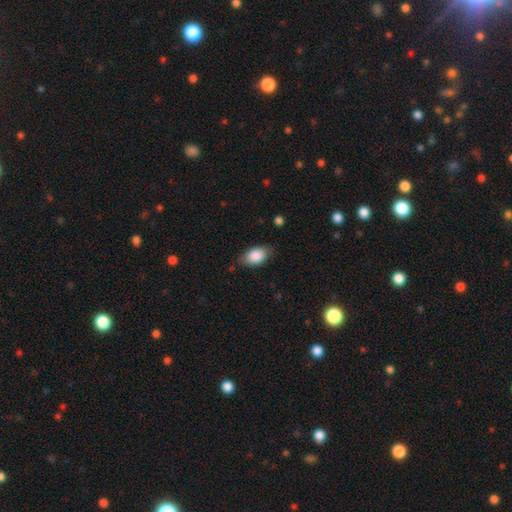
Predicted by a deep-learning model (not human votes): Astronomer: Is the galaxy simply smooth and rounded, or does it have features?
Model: smooth — 85%.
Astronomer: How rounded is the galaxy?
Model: in between — 89%.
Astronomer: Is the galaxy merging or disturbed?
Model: none — 74%.